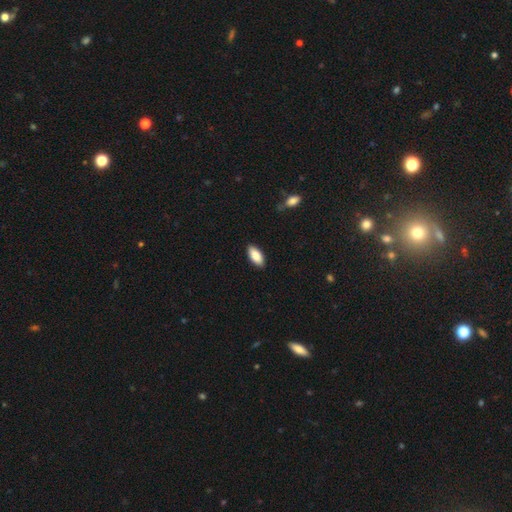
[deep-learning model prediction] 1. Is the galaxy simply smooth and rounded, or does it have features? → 88% smooth, 6% featured or disk, 6% star or artifact.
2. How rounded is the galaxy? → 90% in between, 8% cigar-shaped, 2% round.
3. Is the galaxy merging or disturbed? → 89% none, 8% minor disturbance, 2% major disturbance, 1% merger.